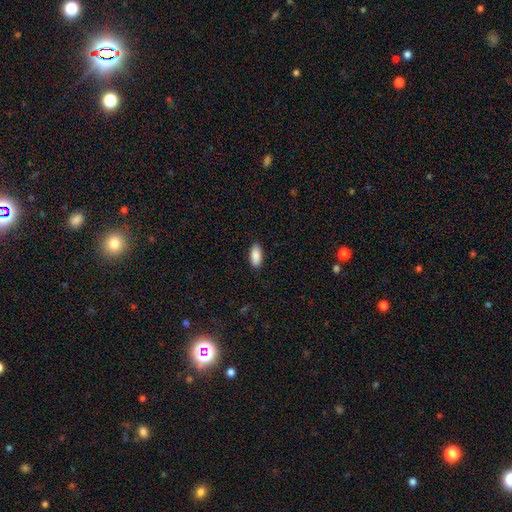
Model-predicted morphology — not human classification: smooth_or_featured: smooth (p=0.89) [alt: star or artifact p=0.07]
how_rounded: in between (p=0.89) [alt: cigar-shaped p=0.09]
merging: none (p=0.87) [alt: minor disturbance p=0.10]